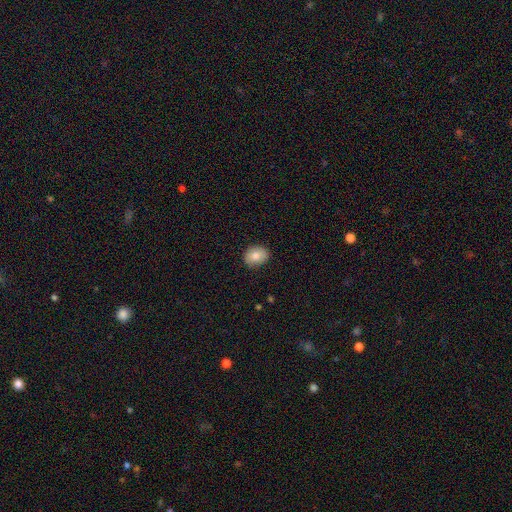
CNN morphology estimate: smooth 80%, featured or disk 12%, star or artifact 8%. Down the decision tree: how rounded — in between (52%); merging — none (85%).